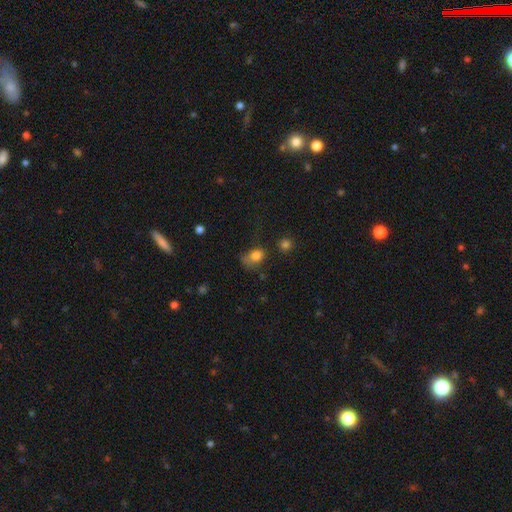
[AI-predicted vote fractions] A smooth galaxy with no disk features (78%) that is in between round and cigar-shaped (56%).

Vote fractions:
- Smooth or featured? smooth: 78% / star or artifact: 12% / featured or disk: 10%
- How rounded? in between: 56% / round: 42% / cigar-shaped: 2%
- Merging? none: 36% / minor disturbance: 30% / major disturbance: 27% / merger: 7%